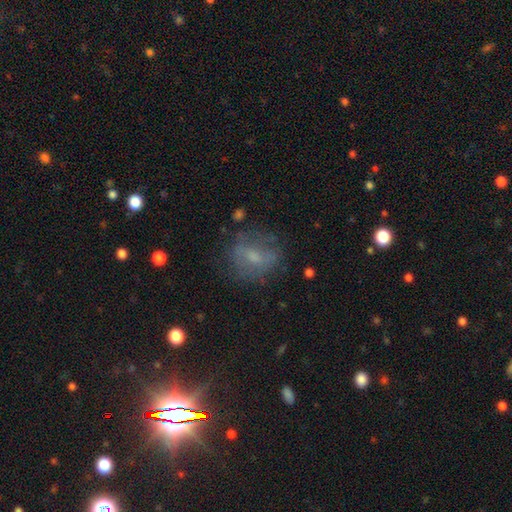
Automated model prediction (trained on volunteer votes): smooth 36%, star or artifact 33%, featured or disk 31%. Down the decision tree: merging — none (73%).